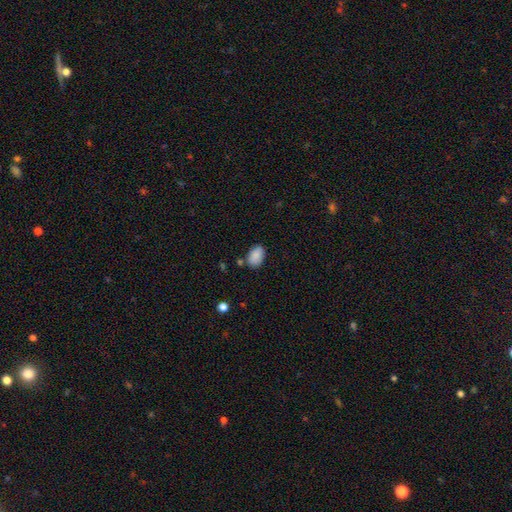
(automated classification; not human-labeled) smooth-or-featured: smooth: 87% | star or artifact: 7% | featured or disk: 6%
  how-rounded: in between: 89% | round: 10% | cigar-shaped: 1%
  merging: none: 76% | minor disturbance: 16% | merger: 5% | major disturbance: 3%